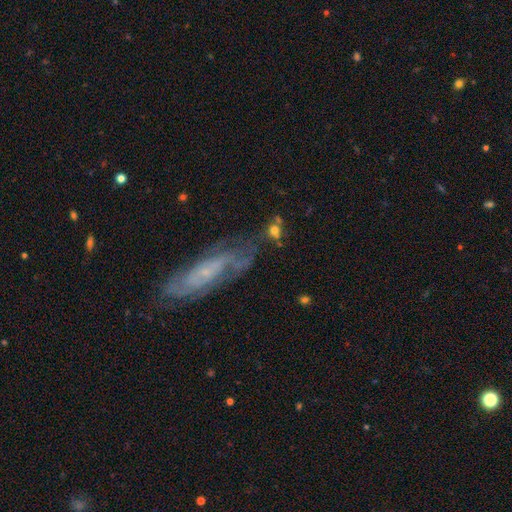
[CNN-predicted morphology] Overall: featured or disk (57%; smooth 27%). Edge-on disk: no (60%; yes 40%). Merging: none (71%).